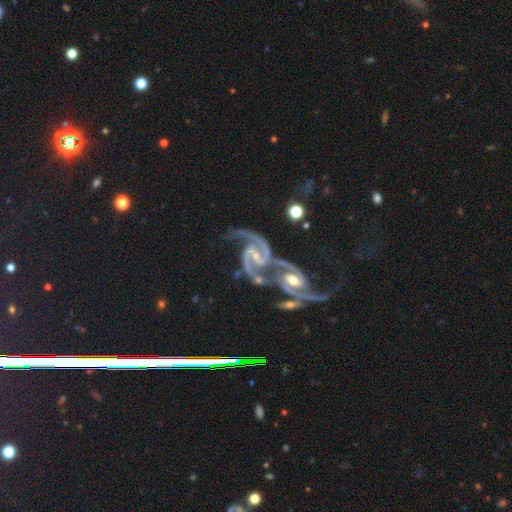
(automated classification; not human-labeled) Smooth or featured?
  - featured or disk: 94% *
  - star or artifact: 4%
  - smooth: 3%
Edge-on disk?
  - no: 98% *
  - yes: 2%
Bar?
  - weak: 43% *
  - strong: 35%
  - no: 23%
Spiral arms?
  - yes: 98% *
  - no: 2%
Spiral winding?
  - medium: 62% *
  - loose: 21%
  - tight: 17%
Spiral arm count?
  - 2: 92% *
  - 3: 3%
  - can't tell: 2%
  - 1: 1%
  - 4: 1%
  - more than 4: 1%
Bulge size?
  - small: 63% *
  - moderate: 31%
  - none: 3%
  - large: 1%
  - dominant: 1%
Merging?
  - merger: 62% *
  - none: 19%
  - minor disturbance: 11%
  - major disturbance: 8%